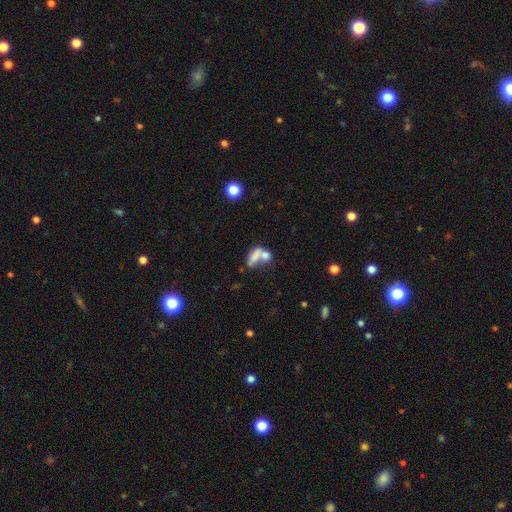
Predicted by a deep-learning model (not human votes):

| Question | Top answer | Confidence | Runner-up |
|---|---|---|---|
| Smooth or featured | smooth | 63% | featured or disk (26%) |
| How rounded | in between | 74% | cigar-shaped (13%) |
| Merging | merger | 59% | none (21%) |